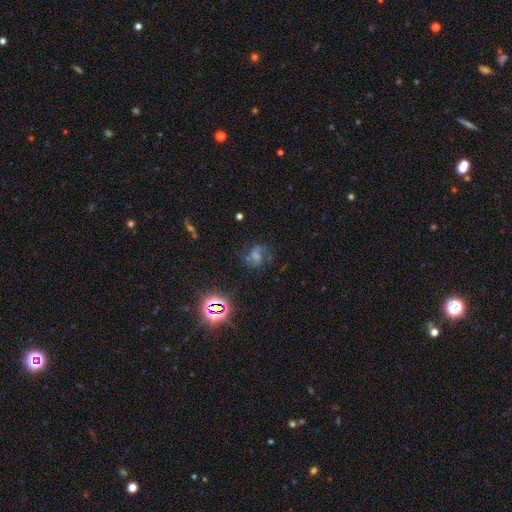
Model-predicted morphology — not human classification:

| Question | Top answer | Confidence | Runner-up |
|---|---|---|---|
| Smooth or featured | featured or disk | 36% | smooth (33%) |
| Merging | none | 50% | major disturbance (22%) |